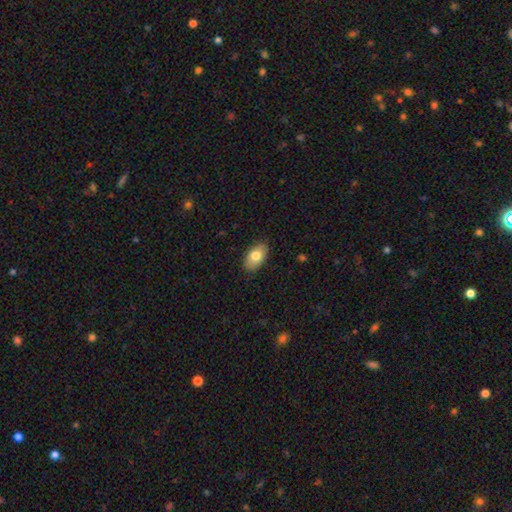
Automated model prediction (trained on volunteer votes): A smooth galaxy with no disk features (79%) that is in between round and cigar-shaped (93%). Merging: none (86%).